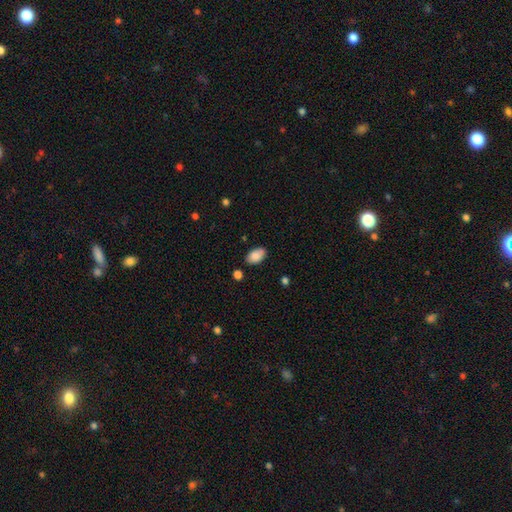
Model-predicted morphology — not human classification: A smooth galaxy with no disk features (86%) that is in between round and cigar-shaped (93%). Merging: none (80%).